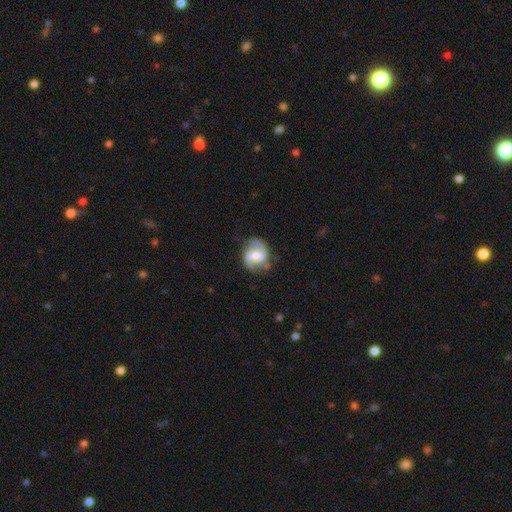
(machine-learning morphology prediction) Overall: featured or disk (77%). Edge-on disk: no (98%). Bar: weak (47%; no 31%). Spiral arms: yes (94%). Spiral arm count: 2 (90%). Spiral winding: medium (48%; loose 35%). Bulge size: moderate (54%; small 30%). Merging: none (74%).